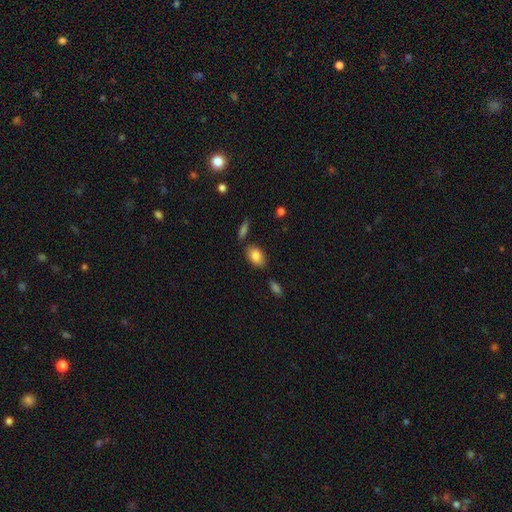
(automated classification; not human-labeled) Smooth or featured?
  - smooth: 85% *
  - featured or disk: 8%
  - star or artifact: 7%
How rounded?
  - in between: 90% *
  - round: 8%
  - cigar-shaped: 2%
Merging?
  - none: 77% *
  - minor disturbance: 13%
  - merger: 6%
  - major disturbance: 3%